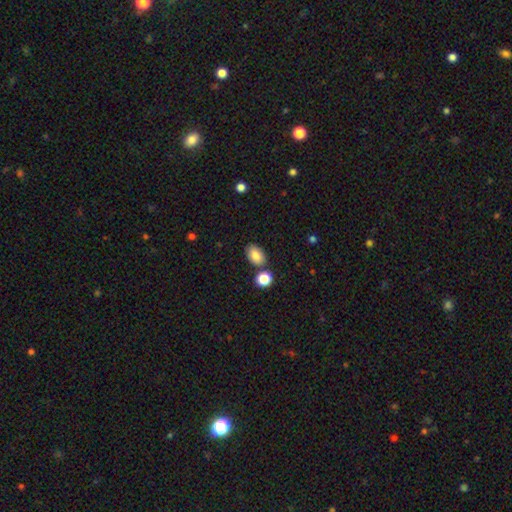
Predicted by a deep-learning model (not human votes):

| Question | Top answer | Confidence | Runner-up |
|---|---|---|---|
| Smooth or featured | smooth | 84% | star or artifact (9%) |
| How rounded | in between | 86% | round (13%) |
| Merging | none | 78% | minor disturbance (11%) |